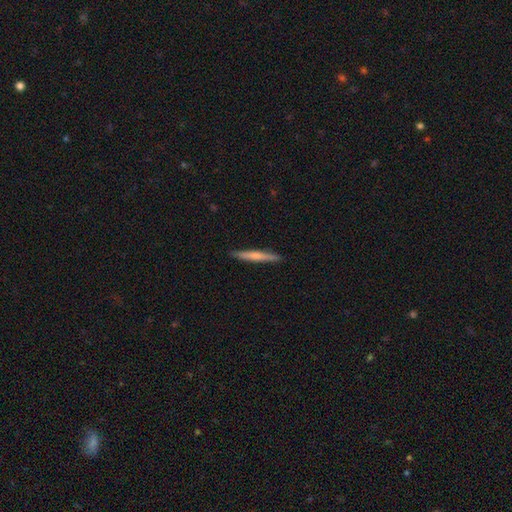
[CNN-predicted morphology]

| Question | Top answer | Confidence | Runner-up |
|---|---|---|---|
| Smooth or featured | smooth | 60% | featured or disk (35%) |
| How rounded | cigar-shaped | 96% | in between (3%) |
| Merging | none | 91% | minor disturbance (7%) |